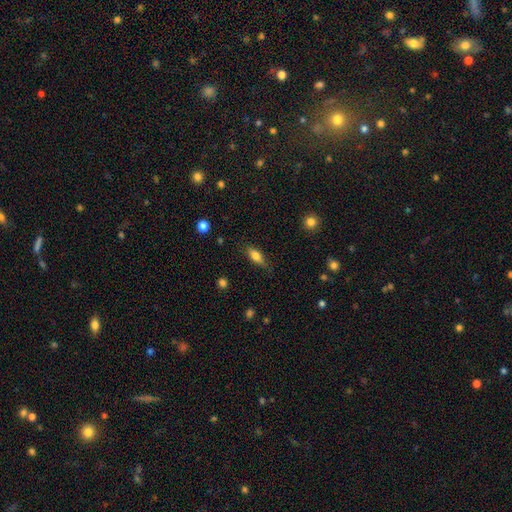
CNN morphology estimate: This is likely a smooth galaxy (77%). How rounded: likely in between (75%). Merging: likely none (79%).